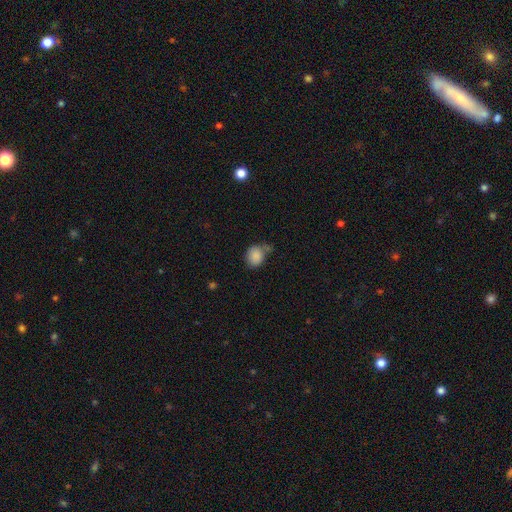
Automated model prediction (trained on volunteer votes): Overall: smooth (86%). How rounded: round (60%; in between 39%). Merging: none (54%; minor disturbance 26%).